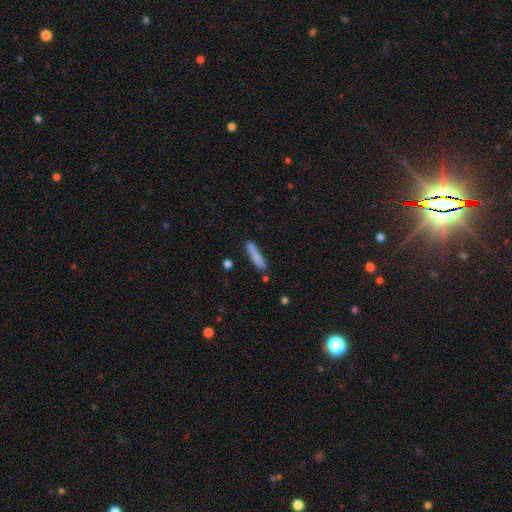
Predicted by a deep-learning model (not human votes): Morphology: type=smooth (79%); roundness=cigar-shaped (92%); merging=none (79%).